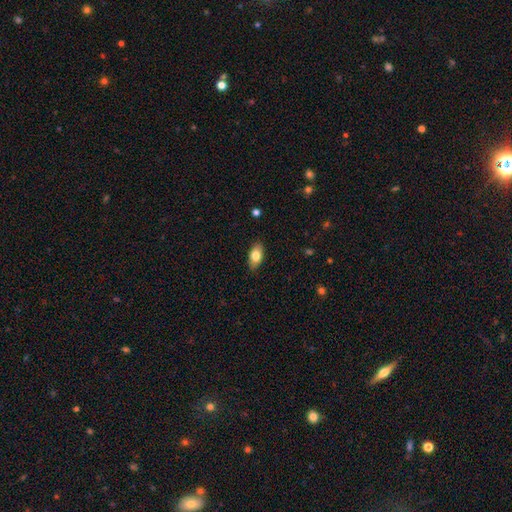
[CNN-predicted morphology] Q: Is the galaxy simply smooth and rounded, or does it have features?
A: smooth — 79%.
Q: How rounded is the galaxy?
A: in between — 91%.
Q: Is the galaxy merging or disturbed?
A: none — 87%.